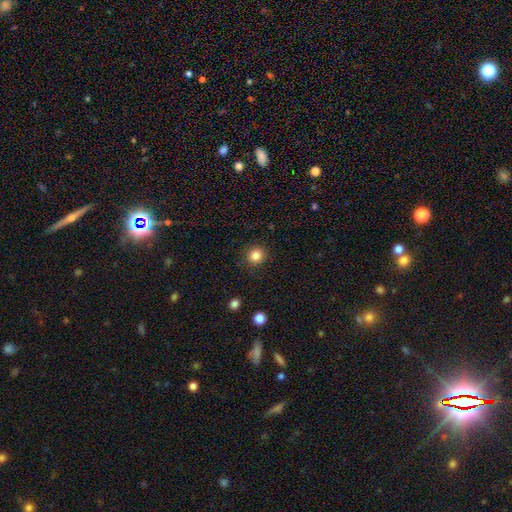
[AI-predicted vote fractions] A smooth galaxy with no disk features (85%) that is round (92%).

Vote fractions:
- Smooth or featured? smooth: 85% / star or artifact: 11% / featured or disk: 5%
- How rounded? round: 92% / in between: 7% / cigar-shaped: 1%
- Merging? none: 90% / minor disturbance: 6% / major disturbance: 2% / merger: 1%